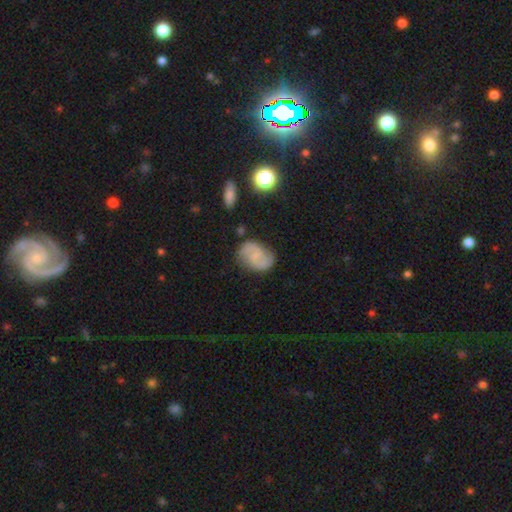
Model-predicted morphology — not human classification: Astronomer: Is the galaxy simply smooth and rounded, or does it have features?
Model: featured or disk — 67%.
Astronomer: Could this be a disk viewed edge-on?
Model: no — 97%.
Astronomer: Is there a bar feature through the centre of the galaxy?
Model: no — 48% (runner-up: weak, 43%).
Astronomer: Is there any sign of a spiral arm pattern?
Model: yes — 93%.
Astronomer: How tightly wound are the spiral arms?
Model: medium — 47% (runner-up: loose, 32%).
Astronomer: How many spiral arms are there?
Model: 2 — 88%.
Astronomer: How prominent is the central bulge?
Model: small — 49% (runner-up: none, 34%).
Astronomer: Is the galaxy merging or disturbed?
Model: none — 73%.